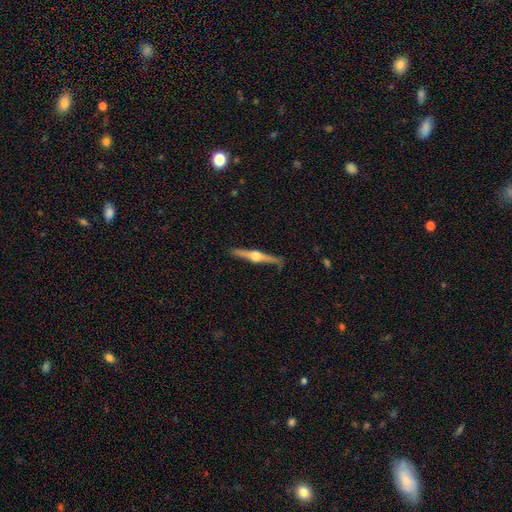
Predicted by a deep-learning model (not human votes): A featured or disk galaxy (79%) viewed edge-on (98%) with a rounded central bulge (96%).

Vote fractions:
- Smooth or featured? featured or disk: 79% / smooth: 16% / star or artifact: 5%
- Edge-on disk? yes: 98% / no: 2%
- Edge-on bulge? rounded: 96% / boxy: 3% / none: 2%
- Merging? none: 85% / minor disturbance: 11% / major disturbance: 2% / merger: 2%